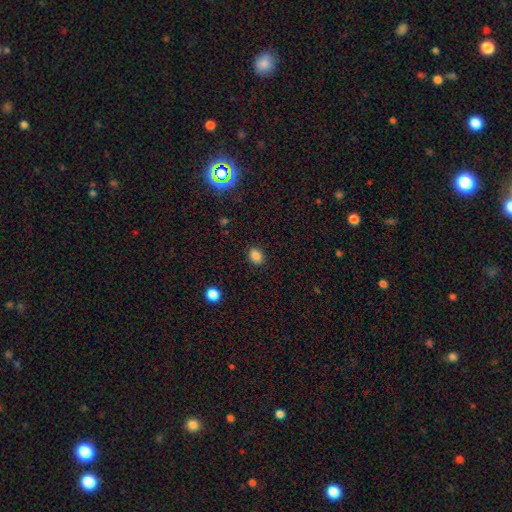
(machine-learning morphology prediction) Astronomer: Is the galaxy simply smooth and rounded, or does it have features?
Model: smooth — 84%.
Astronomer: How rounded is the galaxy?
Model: in between — 53% (runner-up: round, 46%).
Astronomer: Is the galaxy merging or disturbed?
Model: none — 90%.